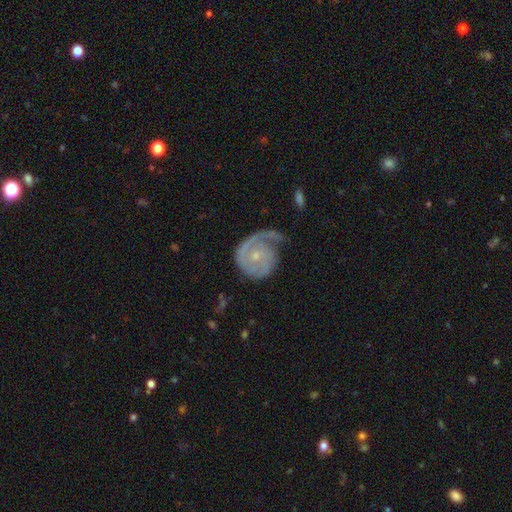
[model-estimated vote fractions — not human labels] Smooth or featured: featured or disk — 83% (smooth — 12%)
Edge-on disk: no — 98% (yes — 2%)
Bar: no — 72% (weak — 24%)
Spiral arms: yes — 95% (no — 5%)
Spiral winding: tight — 56% (medium — 32%)
Spiral arm count: 1 — 50% (2 — 32%)
Bulge size: small — 74% (moderate — 21%)
Merging: none — 49% (minor disturbance — 26%)